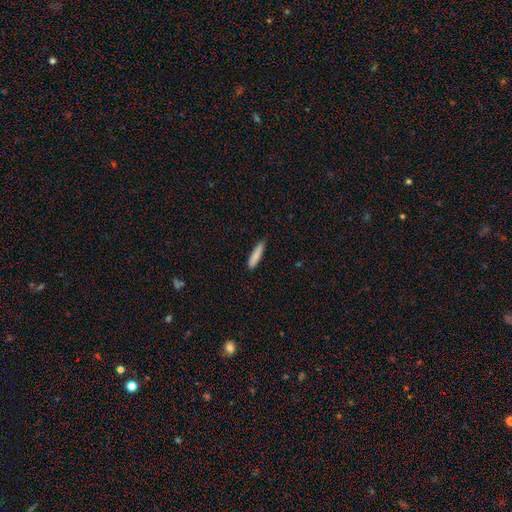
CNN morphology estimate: This is clearly a smooth galaxy (84%). How rounded: clearly cigar-shaped (82%). Merging: clearly none (81%).